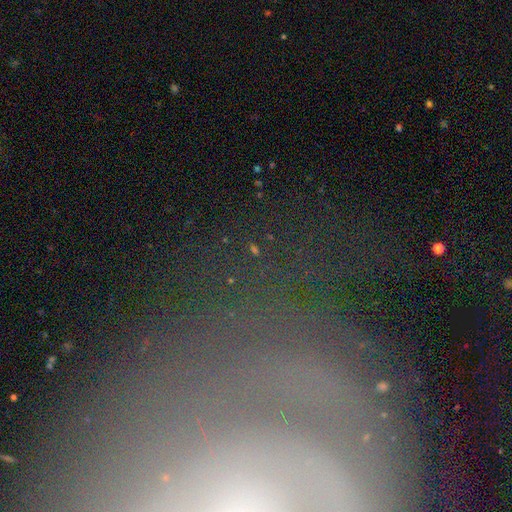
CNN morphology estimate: Overall: featured or disk (52%; star or artifact 29%). Edge-on disk: no (87%). Merging: none (70%).